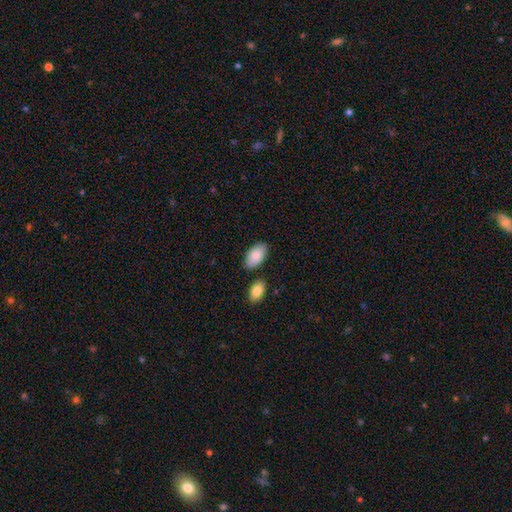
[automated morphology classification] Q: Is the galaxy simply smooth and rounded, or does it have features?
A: smooth — 89%.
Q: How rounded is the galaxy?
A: in between — 95%.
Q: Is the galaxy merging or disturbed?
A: none — 81%.